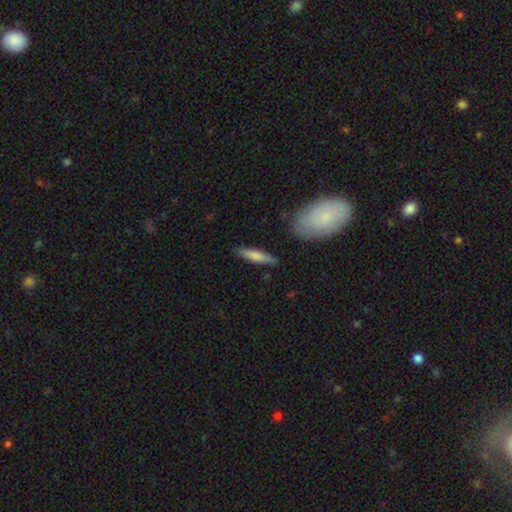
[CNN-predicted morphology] The model was most divided on "smooth or featured": smooth: 72%, featured or disk: 23%, star or artifact: 6%. More confident: merging — none (84%); how rounded — cigar-shaped (83%).